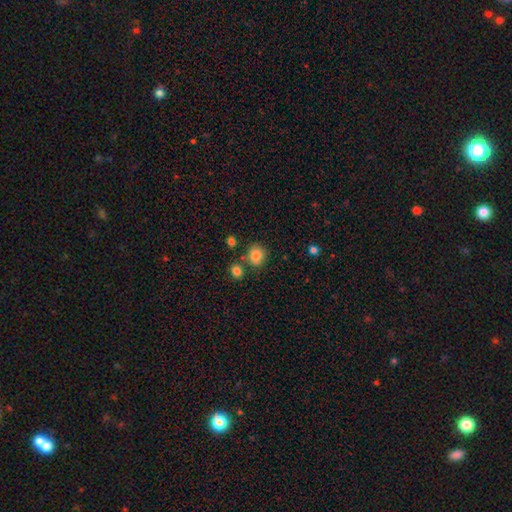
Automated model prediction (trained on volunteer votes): smooth_or_featured: smooth (p=0.84) [alt: star or artifact p=0.10]
how_rounded: round (p=0.71) [alt: in between p=0.28]
merging: none (p=0.75) [alt: minor disturbance p=0.12]